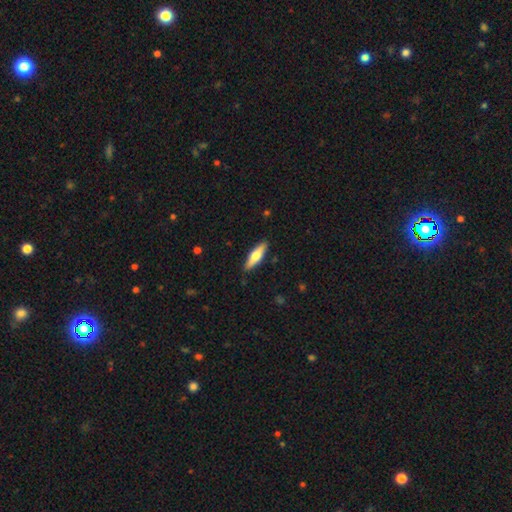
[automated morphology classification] A smooth galaxy with no disk features (57%) that is cigar-shaped (61%). Merging: none (89%).